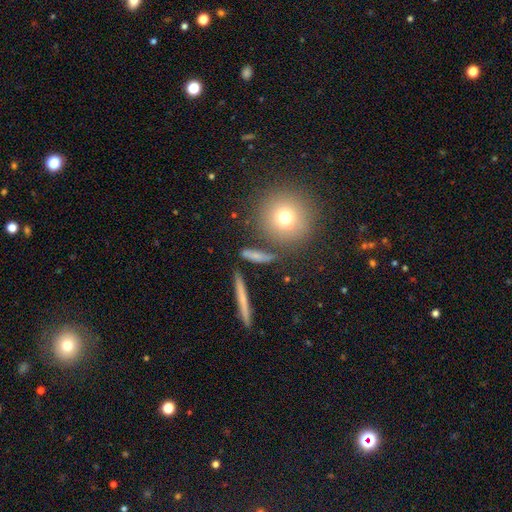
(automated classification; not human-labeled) smooth 61%, featured or disk 26%, star or artifact 14%. Down the decision tree: how rounded — cigar-shaped (55%); merging — none (76%).